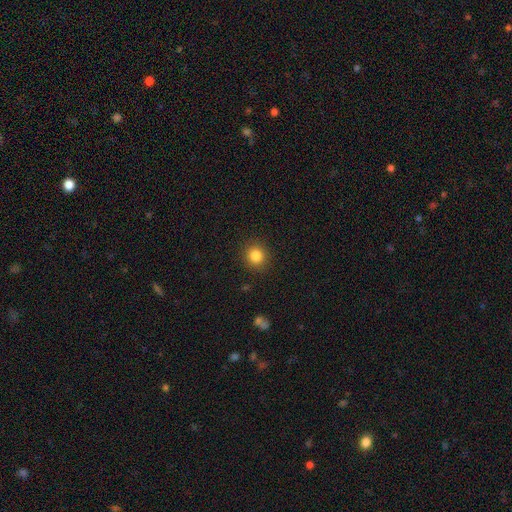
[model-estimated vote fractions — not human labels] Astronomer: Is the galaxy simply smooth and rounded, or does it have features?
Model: smooth — 83%.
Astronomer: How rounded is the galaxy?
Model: round — 90%.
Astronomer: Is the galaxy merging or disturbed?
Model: none — 90%.